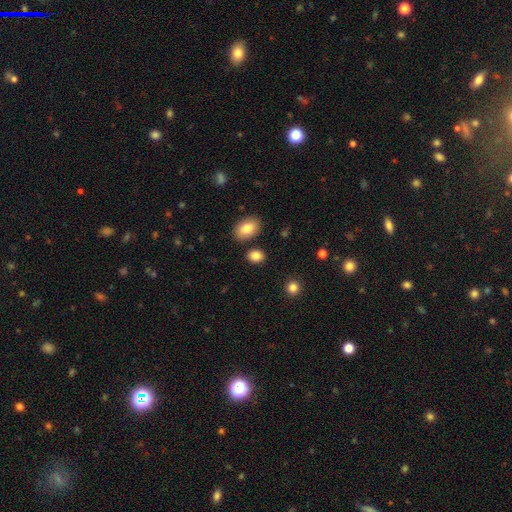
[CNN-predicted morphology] smooth_or_featured: smooth (p=0.84) [alt: star or artifact p=0.10]
how_rounded: in between (p=0.71) [alt: round p=0.28]
merging: none (p=0.82) [alt: minor disturbance p=0.09]